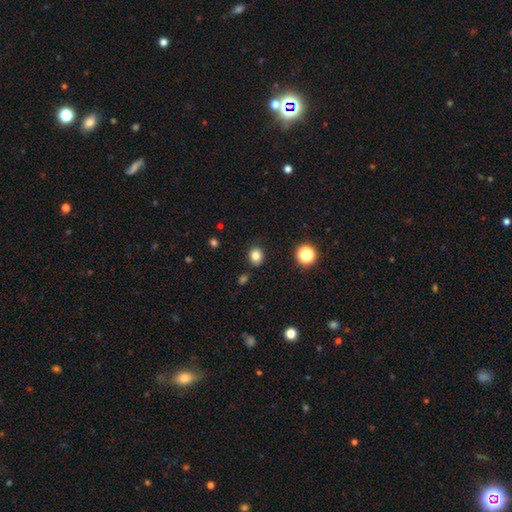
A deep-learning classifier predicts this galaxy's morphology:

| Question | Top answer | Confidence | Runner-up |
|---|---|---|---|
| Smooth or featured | smooth | 82% | star or artifact (13%) |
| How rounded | round | 64% | in between (35%) |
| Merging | none | 86% | minor disturbance (9%) |